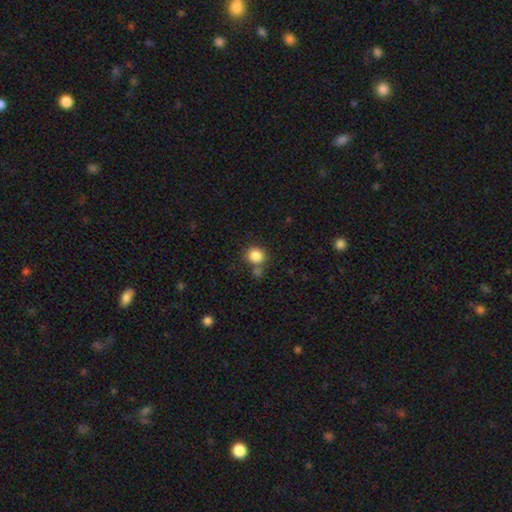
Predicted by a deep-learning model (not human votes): This appears to be a smooth galaxy with no disk features (85%) that is round (87%). Merging: none (68%).